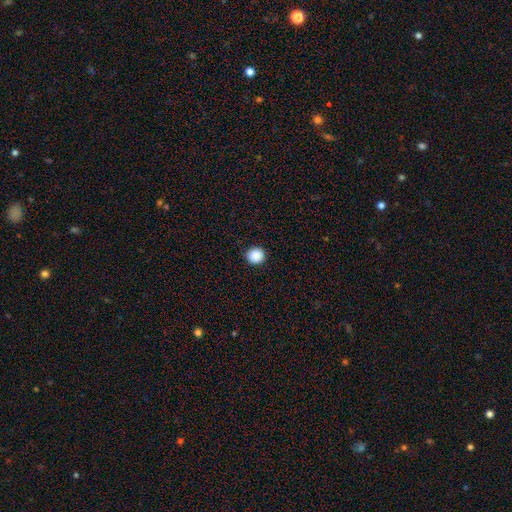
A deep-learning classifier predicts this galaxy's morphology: Smooth or featured? Predicted: smooth (p=0.89). How rounded? Predicted: round (p=0.92). Merging? Predicted: none (p=0.92).